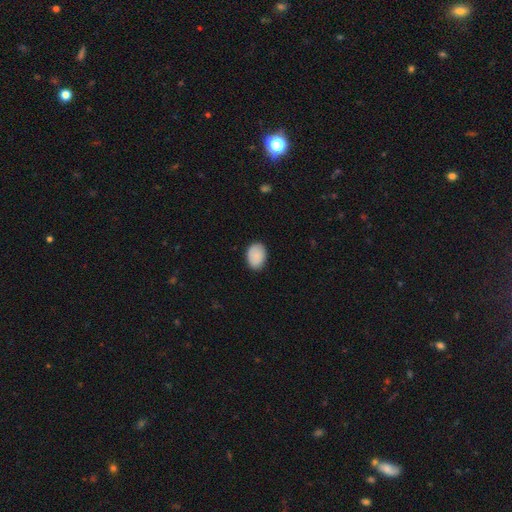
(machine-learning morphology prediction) smooth 89%, star or artifact 6%, featured or disk 5%. Down the decision tree: how rounded — in between (76%); merging — none (85%).